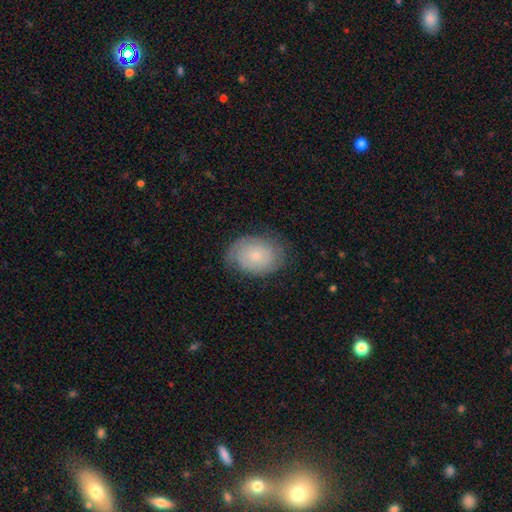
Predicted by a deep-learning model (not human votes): smooth-or-featured: smooth: 48% | featured or disk: 44% | star or artifact: 8%
  merging: none: 71% | minor disturbance: 21% | major disturbance: 7% | merger: 1%